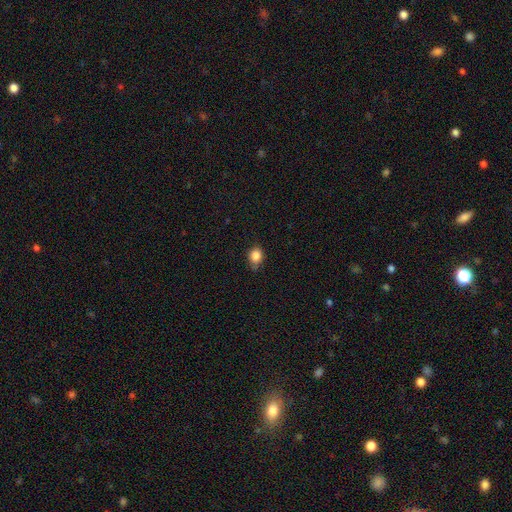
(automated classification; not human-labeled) Q: Smooth or featured?
A: smooth (85%); runner-up: star or artifact (10%)
Q: How rounded?
A: round (60%); runner-up: in between (39%)
Q: Merging?
A: none (64%); runner-up: minor disturbance (29%)